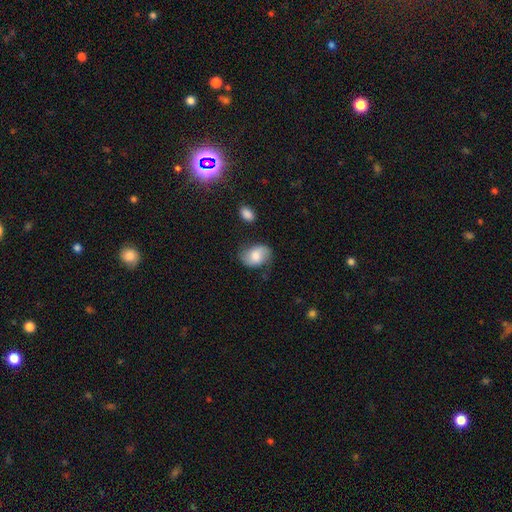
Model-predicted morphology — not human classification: smooth_or_featured: smooth (p=0.61) [alt: featured or disk p=0.31]
how_rounded: in between (p=0.76) [alt: round p=0.22]
merging: none (p=0.63) [alt: minor disturbance p=0.26]